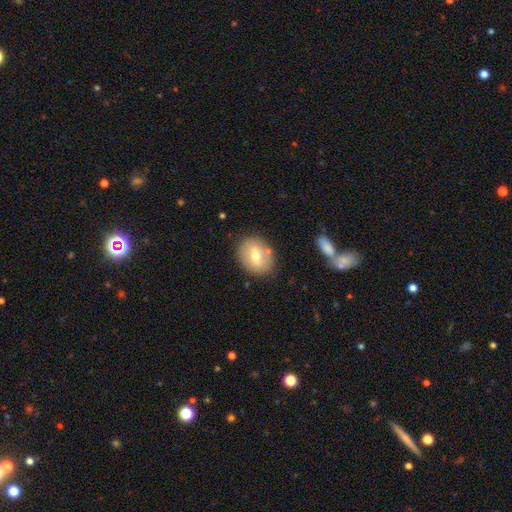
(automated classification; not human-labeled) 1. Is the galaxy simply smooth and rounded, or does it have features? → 61% smooth, 31% featured or disk, 8% star or artifact.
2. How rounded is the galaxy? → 54% in between, 45% round, 1% cigar-shaped.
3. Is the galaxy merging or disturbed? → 82% none, 11% minor disturbance, 4% merger, 3% major disturbance.